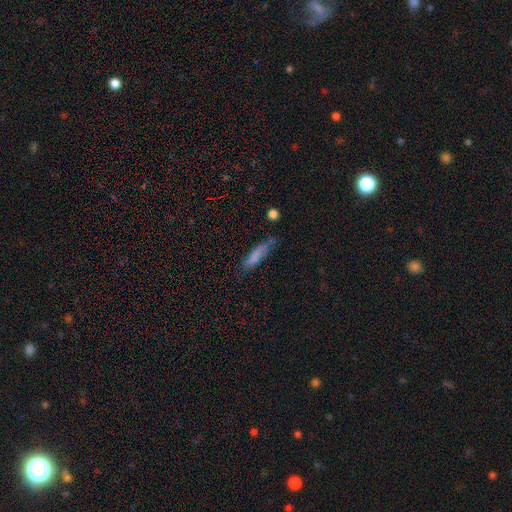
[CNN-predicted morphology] Smooth or featured?
  - smooth: 70% *
  - featured or disk: 21%
  - star or artifact: 9%
How rounded?
  - cigar-shaped: 72% *
  - in between: 26%
  - round: 2%
Merging?
  - none: 56% *
  - minor disturbance: 29%
  - major disturbance: 10%
  - merger: 4%